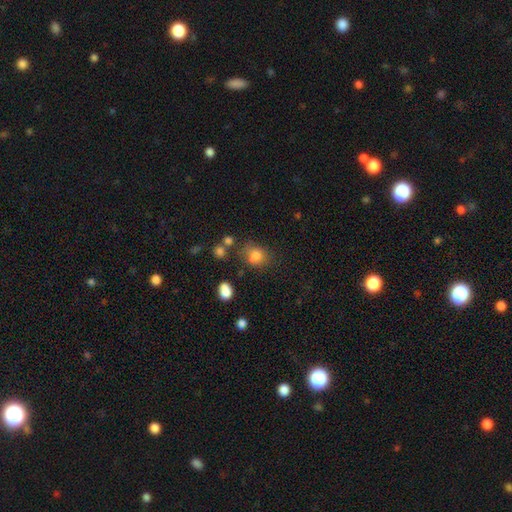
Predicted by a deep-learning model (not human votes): The model was most divided on "how rounded": round: 67%, in between: 32%, cigar-shaped: 1%. More confident: smooth or featured — smooth (79%); merging — none (65%).